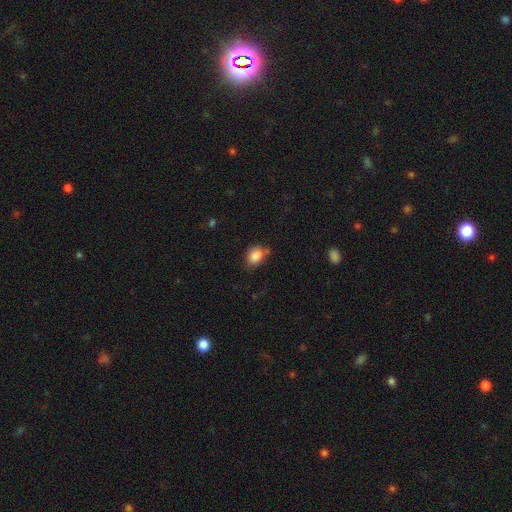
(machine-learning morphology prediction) smooth 85%, star or artifact 9%, featured or disk 6%. Down the decision tree: how rounded — in between (61%); merging — none (60%).